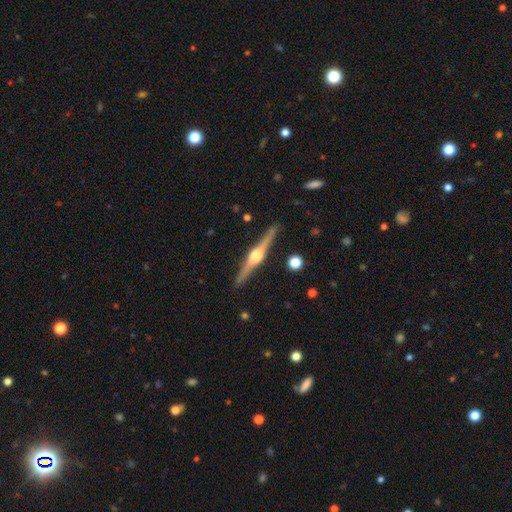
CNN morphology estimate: smooth-or-featured: featured or disk: 86% | smooth: 9% | star or artifact: 5%
  disk-edge-on: yes: 98% | no: 2%
    edge-on-bulge: rounded: 91% | boxy: 7% | none: 2%
  merging: none: 91% | minor disturbance: 7% | major disturbance: 1% | merger: 1%